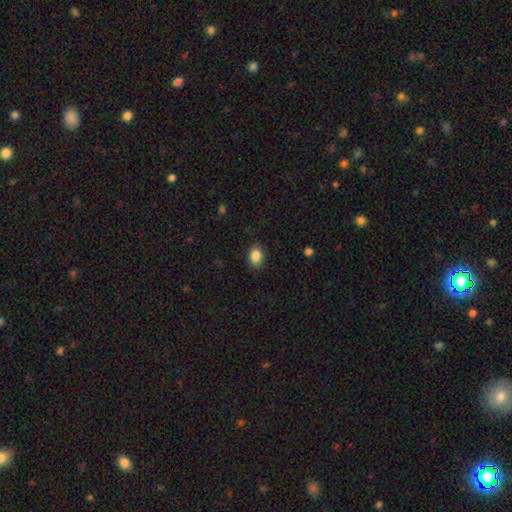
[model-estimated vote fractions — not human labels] Smooth or featured?
  - smooth: 87% *
  - star or artifact: 9%
  - featured or disk: 5%
How rounded?
  - in between: 72% *
  - round: 27%
  - cigar-shaped: 1%
Merging?
  - none: 88% *
  - minor disturbance: 9%
  - major disturbance: 2%
  - merger: 1%